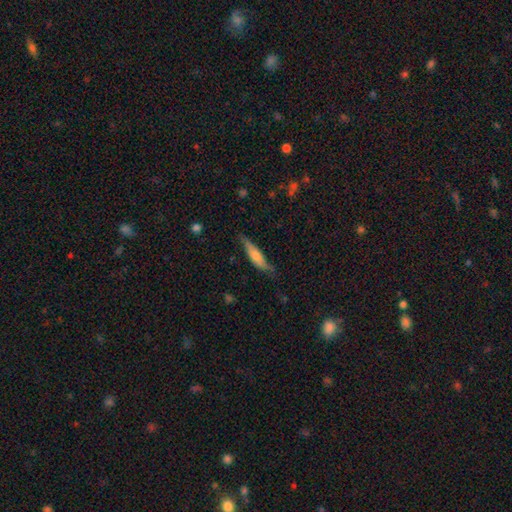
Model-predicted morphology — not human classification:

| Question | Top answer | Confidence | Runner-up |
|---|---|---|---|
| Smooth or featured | smooth | 59% | featured or disk (35%) |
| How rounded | cigar-shaped | 73% | in between (26%) |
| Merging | none | 63% | minor disturbance (28%) |